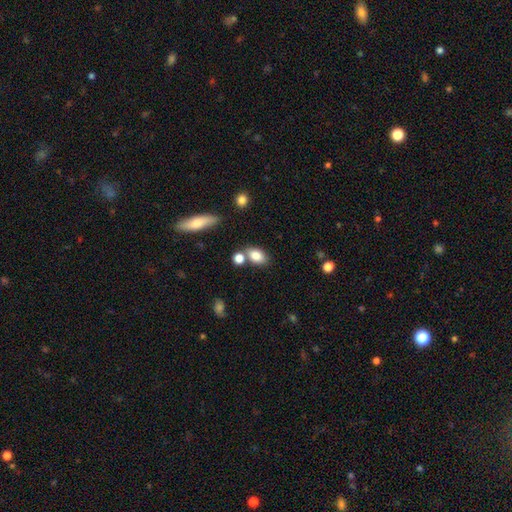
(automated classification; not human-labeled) Smooth or featured: smooth — 82% (featured or disk — 9%)
How rounded: in between — 83% (round — 14%)
Merging: none — 62% (merger — 20%)